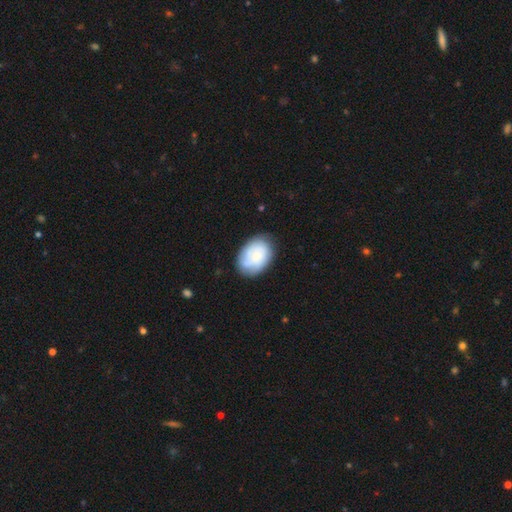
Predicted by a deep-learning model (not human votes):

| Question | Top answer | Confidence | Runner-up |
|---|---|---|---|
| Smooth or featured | smooth | 66% | featured or disk (28%) |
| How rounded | in between | 79% | round (20%) |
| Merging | none | 73% | minor disturbance (20%) |